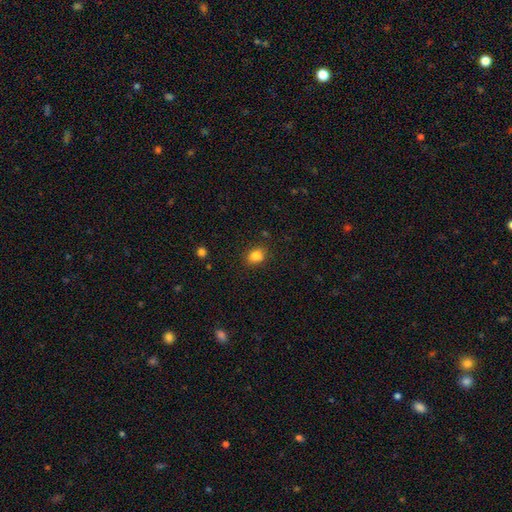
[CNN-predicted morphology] smooth_or_featured: smooth (p=0.83) [alt: star or artifact p=0.11]
how_rounded: in between (p=0.53) [alt: round p=0.45]
merging: none (p=0.81) [alt: minor disturbance p=0.13]